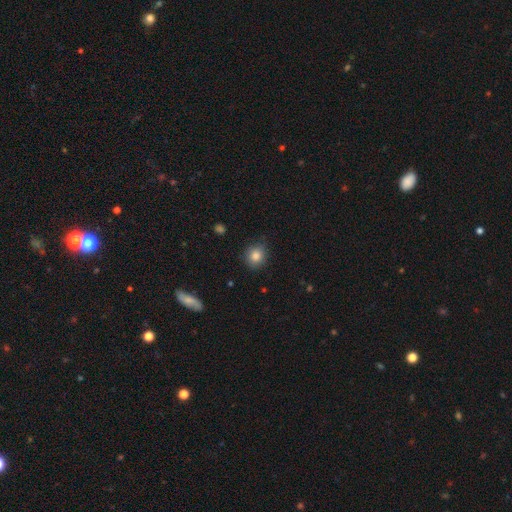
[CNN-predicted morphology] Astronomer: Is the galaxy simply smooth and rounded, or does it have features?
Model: smooth — 83%.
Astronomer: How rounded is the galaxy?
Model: round — 81%.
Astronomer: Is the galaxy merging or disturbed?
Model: none — 84%.